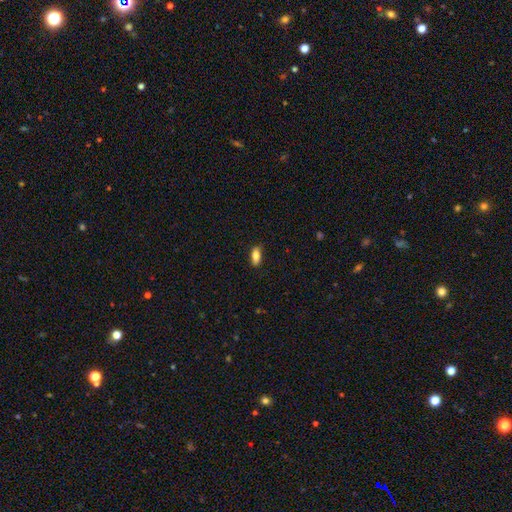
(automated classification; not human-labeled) The model was most divided on "how rounded": in between: 82%, cigar-shaped: 15%, round: 3%. More confident: merging — none (85%); smooth or featured — smooth (84%).